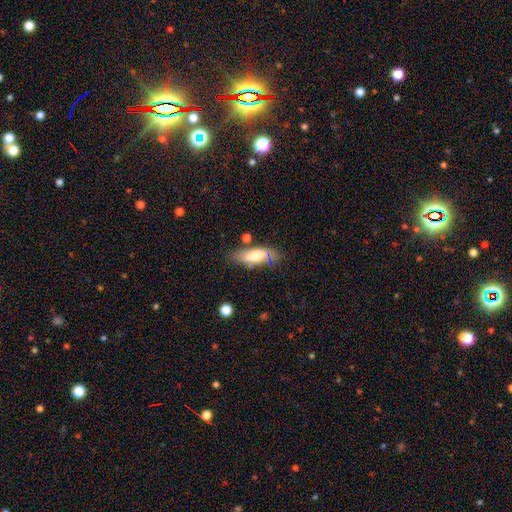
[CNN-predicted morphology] A smooth galaxy with no disk features (61%) that is in between round and cigar-shaped (67%).

Vote fractions:
- Smooth or featured? smooth: 61% / featured or disk: 31% / star or artifact: 7%
- How rounded? in between: 67% / cigar-shaped: 31% / round: 3%
- Merging? none: 64% / minor disturbance: 22% / merger: 7% / major disturbance: 7%